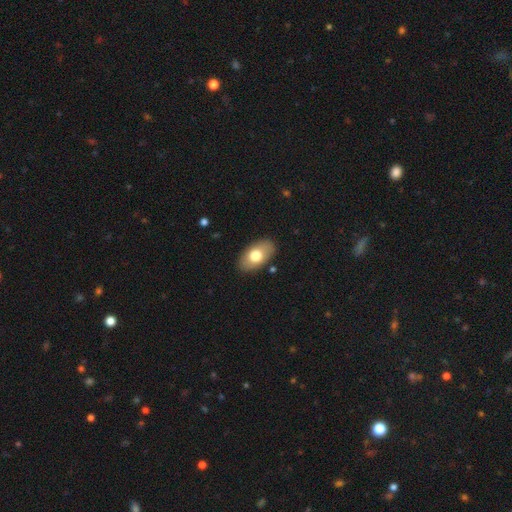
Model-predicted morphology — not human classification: smooth 71%, featured or disk 23%, star or artifact 7%. Down the decision tree: how rounded — in between (93%); merging — none (87%).